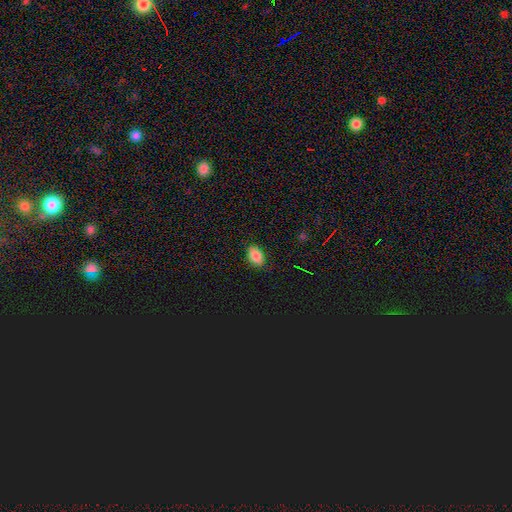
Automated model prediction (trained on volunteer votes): smooth-or-featured: smooth: 83% | star or artifact: 11% | featured or disk: 7%
  how-rounded: in between: 86% | round: 12% | cigar-shaped: 2%
  merging: none: 84% | minor disturbance: 12% | major disturbance: 2% | merger: 1%